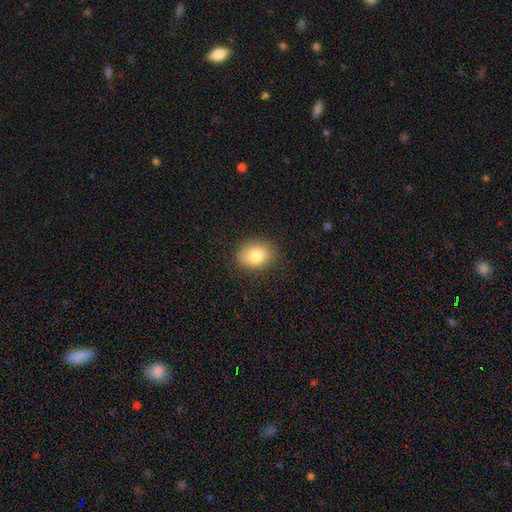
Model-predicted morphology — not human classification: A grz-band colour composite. It shows a smooth galaxy with no disk features (83%) that is in between round and cigar-shaped (64%). Merging: none (84%).